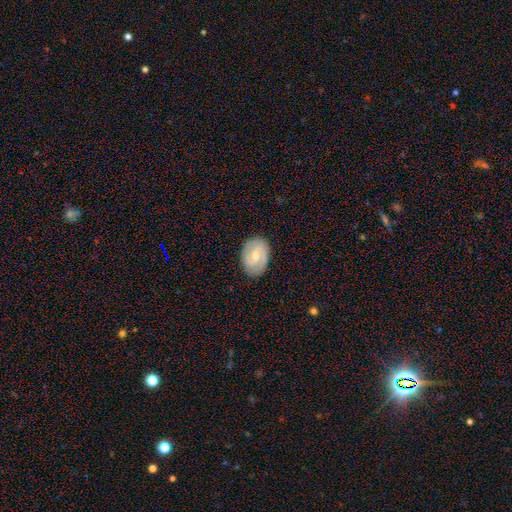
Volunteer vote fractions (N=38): Smooth or featured? 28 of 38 (74%) said featured or disk. Edge-on disk? 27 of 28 (96%) said no. Bar? 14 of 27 (52%) said weak. Spiral arms? 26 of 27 (96%) said yes. Spiral winding? 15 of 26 (58%) said medium. Spiral arm count? 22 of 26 (85%) said 2. Bulge size? 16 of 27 (59%) said moderate. Merging? 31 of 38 (82%) said none.